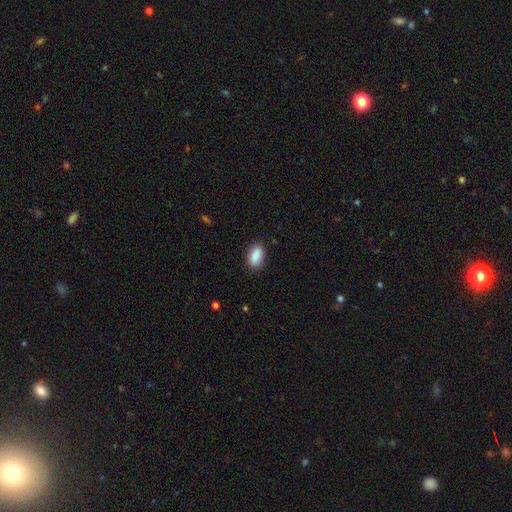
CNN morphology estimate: Q: Smooth or featured?
A: smooth (89%); runner-up: star or artifact (7%)
Q: How rounded?
A: in between (90%); runner-up: cigar-shaped (5%)
Q: Merging?
A: none (85%); runner-up: minor disturbance (11%)